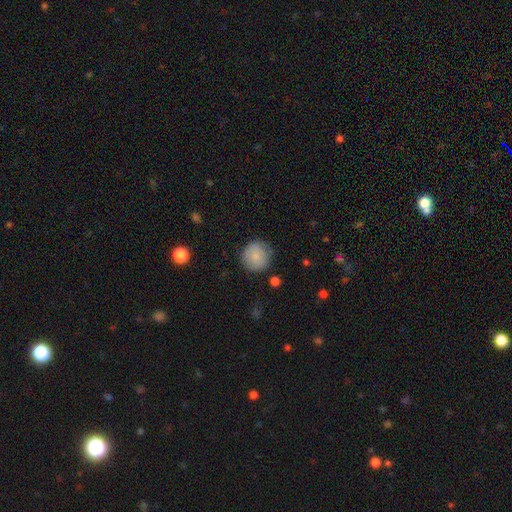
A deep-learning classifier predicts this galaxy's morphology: smooth 82%, featured or disk 11%, star or artifact 8%. Down the decision tree: how rounded — round (93%); merging — none (81%).